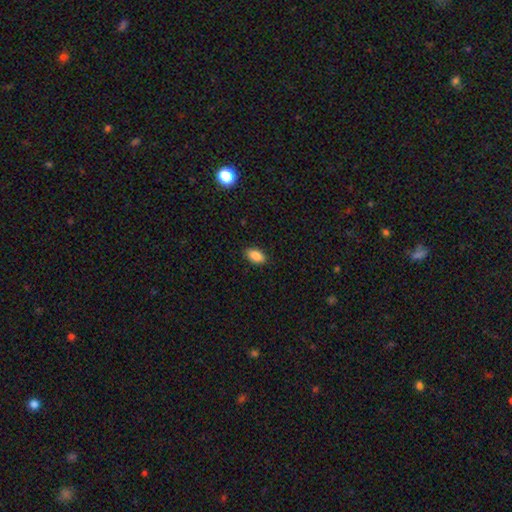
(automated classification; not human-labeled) Smooth or featured?
  - smooth: 88% *
  - star or artifact: 8%
  - featured or disk: 4%
How rounded?
  - in between: 92% *
  - round: 5%
  - cigar-shaped: 3%
Merging?
  - none: 88% *
  - minor disturbance: 9%
  - major disturbance: 2%
  - merger: 1%